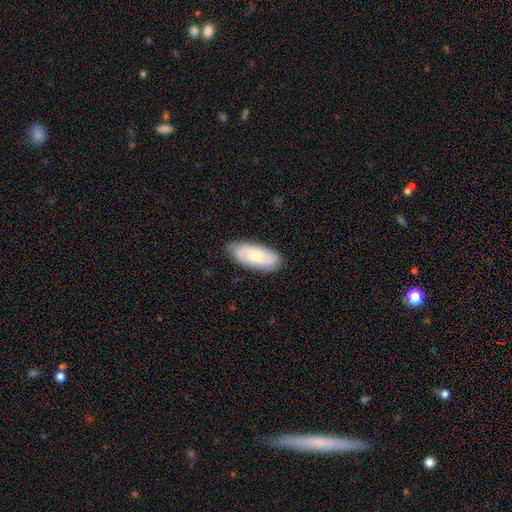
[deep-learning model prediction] Overall: smooth (50%; featured or disk 43%). How rounded: in between (82%). Merging: none (81%).